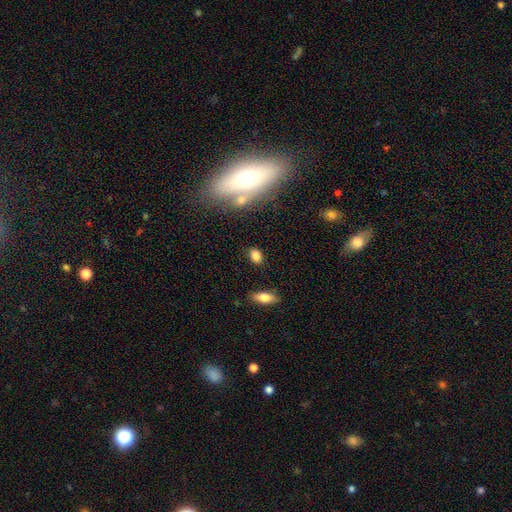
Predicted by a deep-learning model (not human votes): Smooth or featured?
  - smooth: 83% *
  - star or artifact: 10%
  - featured or disk: 7%
How rounded?
  - in between: 81% *
  - round: 16%
  - cigar-shaped: 3%
Merging?
  - none: 82% *
  - minor disturbance: 11%
  - merger: 4%
  - major disturbance: 3%